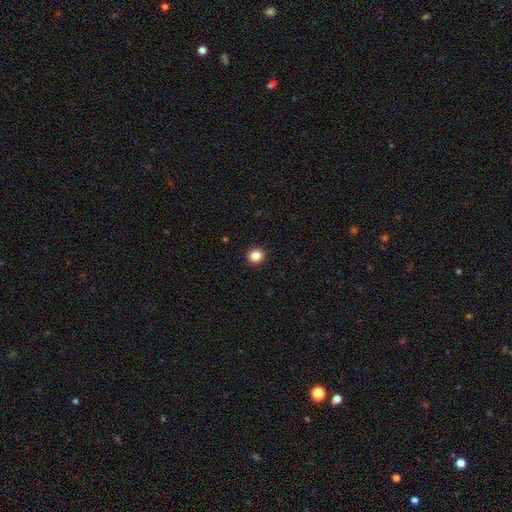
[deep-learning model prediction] smooth-or-featured: smooth: 86% | star or artifact: 10% | featured or disk: 4%
  how-rounded: round: 93% | in between: 6% | cigar-shaped: 1%
  merging: none: 93% | minor disturbance: 4% | major disturbance: 1% | merger: 1%